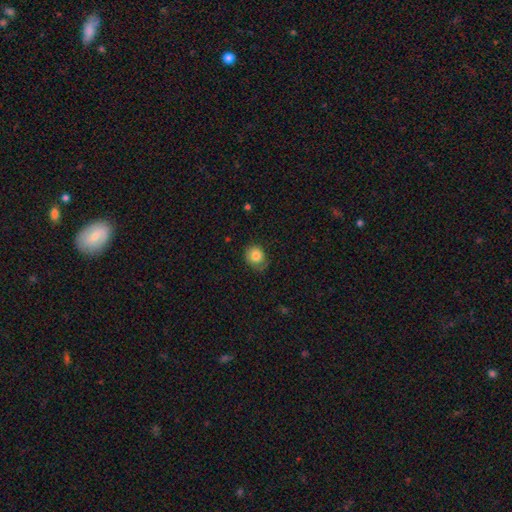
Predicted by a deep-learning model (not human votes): A smooth galaxy with no disk features (77%) that is round (72%). Merging: none (61%).